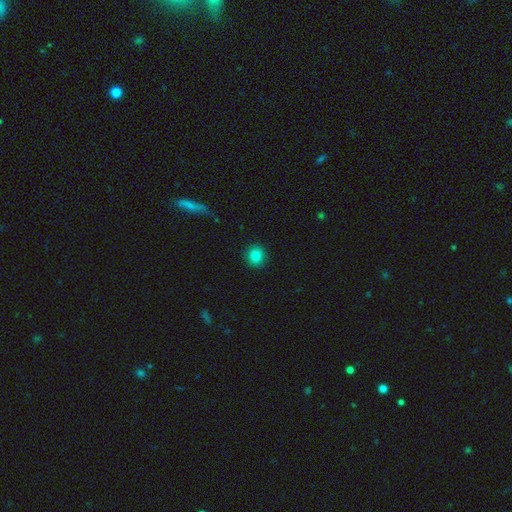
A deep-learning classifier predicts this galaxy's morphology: Smooth or featured? Predicted: smooth (p=0.85). How rounded? Predicted: round (p=0.87). Merging? Predicted: none (p=0.91).